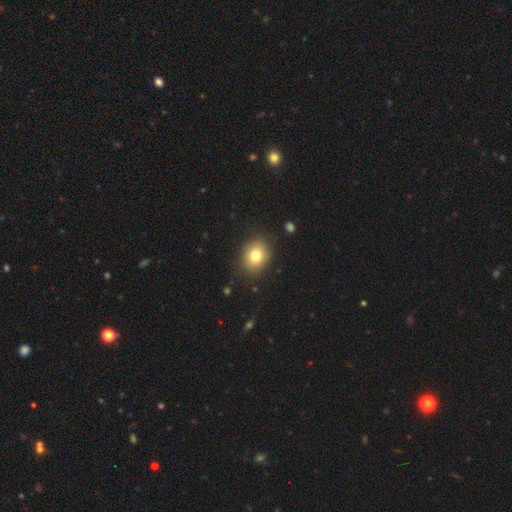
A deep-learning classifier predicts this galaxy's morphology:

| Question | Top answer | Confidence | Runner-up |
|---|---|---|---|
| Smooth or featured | smooth | 78% | star or artifact (11%) |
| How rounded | round | 62% | in between (37%) |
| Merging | none | 86% | minor disturbance (9%) |